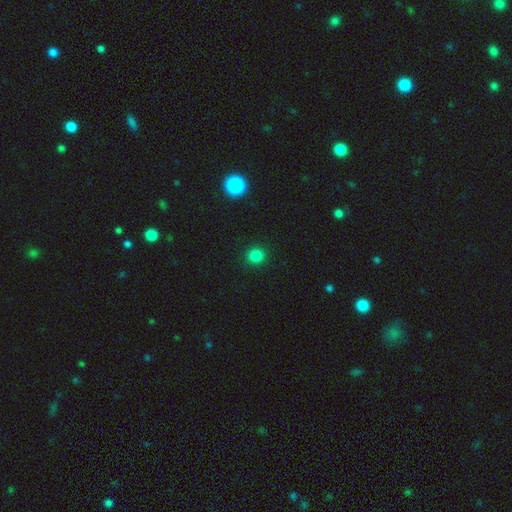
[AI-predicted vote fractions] Overall: smooth (83%). How rounded: round (89%). Merging: none (92%).